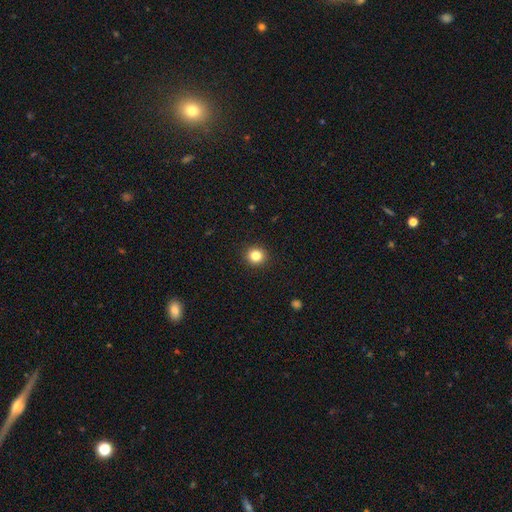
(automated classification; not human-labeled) Smooth or featured: smooth — 83% (star or artifact — 12%)
How rounded: round — 92% (in between — 7%)
Merging: none — 93% (minor disturbance — 5%)